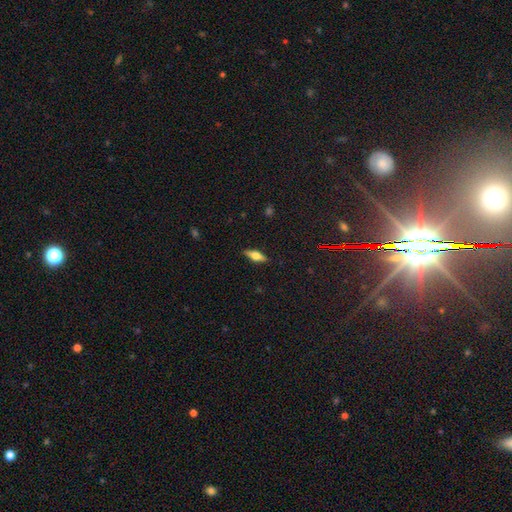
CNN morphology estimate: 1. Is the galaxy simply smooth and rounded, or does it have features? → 46% featured or disk (tied), 46% smooth (tied), 8% star or artifact.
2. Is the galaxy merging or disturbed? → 88% none, 9% minor disturbance, 2% major disturbance, 1% merger.